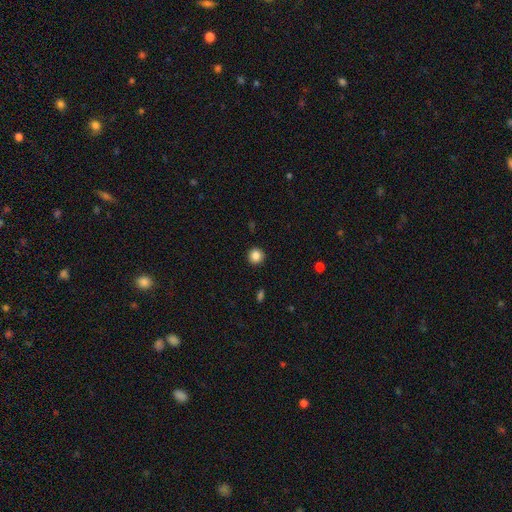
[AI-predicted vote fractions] This appears to be a smooth galaxy with no disk features (86%) that is round (93%). Merging: none (92%).